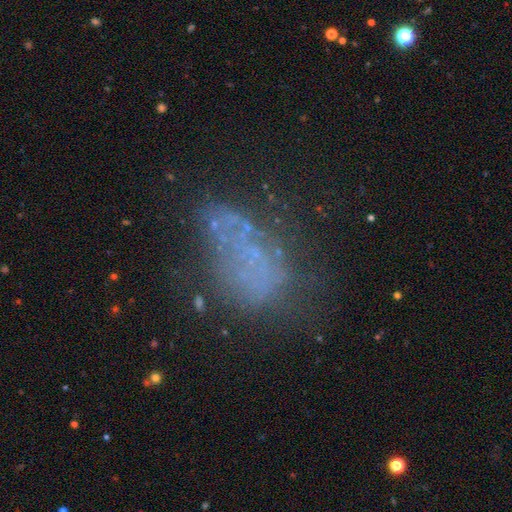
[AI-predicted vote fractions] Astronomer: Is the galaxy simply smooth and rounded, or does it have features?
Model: featured or disk — 51%.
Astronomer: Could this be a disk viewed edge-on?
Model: no — 96%.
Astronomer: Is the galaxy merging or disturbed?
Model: none — 46% (runner-up: major disturbance, 26%).